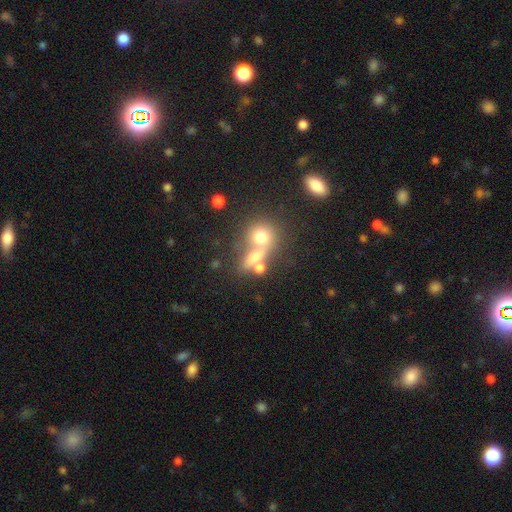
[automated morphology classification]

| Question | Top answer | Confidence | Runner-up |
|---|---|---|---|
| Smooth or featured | smooth | 60% | featured or disk (23%) |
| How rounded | round | 55% | in between (35%) |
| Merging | merger | 50% | none (34%) |